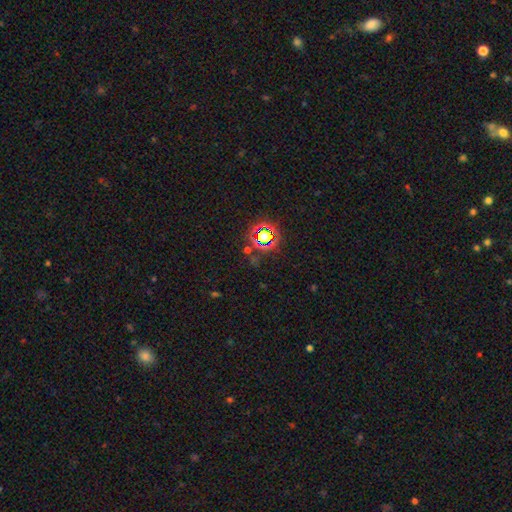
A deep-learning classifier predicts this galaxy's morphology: This appears to be a star or artifact, not a galaxy (76%).